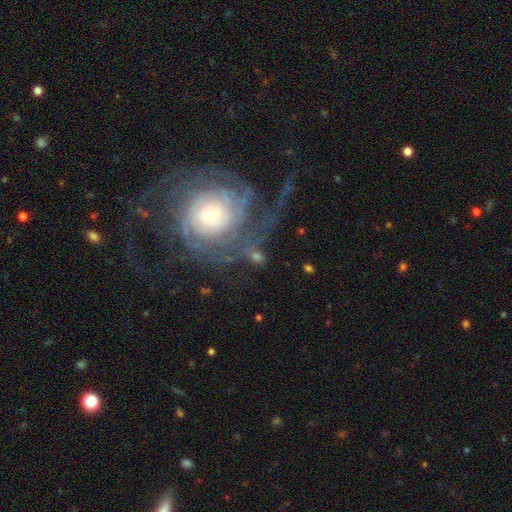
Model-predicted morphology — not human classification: Smooth or featured: featured or disk — 78% (smooth — 13%)
Edge-on disk: no — 96% (yes — 4%)
Bar: no — 72% (weak — 20%)
Spiral arms: yes — 89% (no — 11%)
Spiral winding: tight — 68% (medium — 21%)
Spiral arm count: can't tell — 39% (2 — 15%)
Bulge size: small — 57% (moderate — 36%)
Merging: none — 57% (major disturbance — 23%)